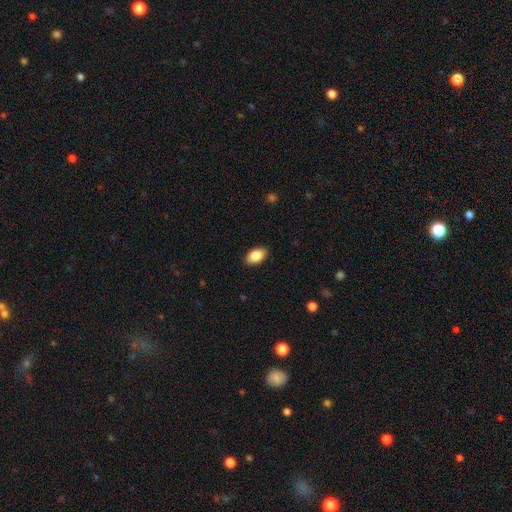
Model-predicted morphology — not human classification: smooth-or-featured: smooth: 87% | star or artifact: 7% | featured or disk: 6%
  how-rounded: in between: 93% | round: 5% | cigar-shaped: 2%
  merging: none: 89% | minor disturbance: 8% | major disturbance: 2% | merger: 1%